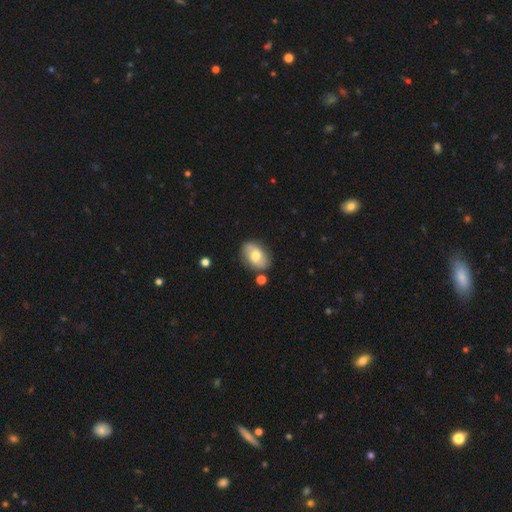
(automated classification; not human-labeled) smooth 53%, featured or disk 40%, star or artifact 7%. Down the decision tree: how rounded — in between (85%); merging — none (77%).